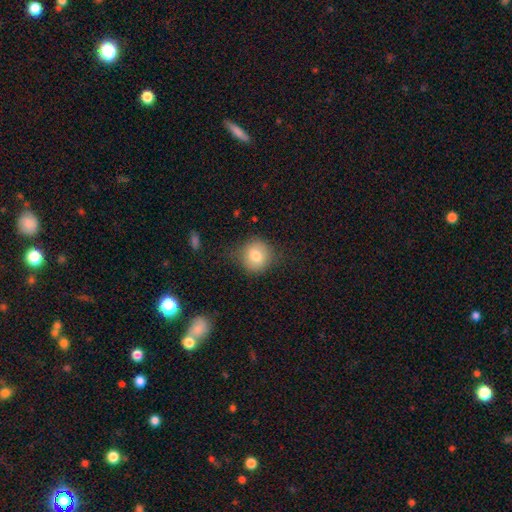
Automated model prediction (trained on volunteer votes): Smooth or featured? Predicted: smooth (p=0.77). How rounded? Predicted: round (p=0.88). Merging? Predicted: none (p=0.76).